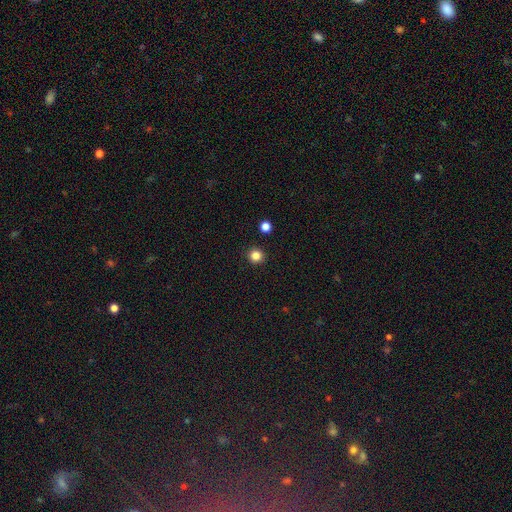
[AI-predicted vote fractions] Smooth or featured: smooth — 84% (star or artifact — 12%)
How rounded: round — 95% (in between — 4%)
Merging: none — 93% (minor disturbance — 4%)